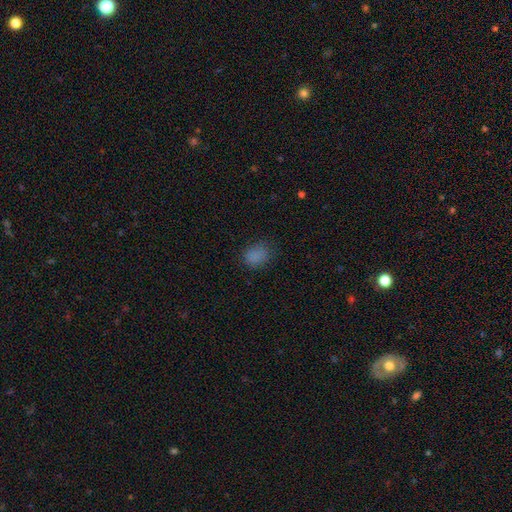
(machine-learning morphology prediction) Q: Smooth or featured?
A: smooth (81%); runner-up: star or artifact (14%)
Q: How rounded?
A: in between (64%); runner-up: round (35%)
Q: Merging?
A: none (72%); runner-up: minor disturbance (19%)